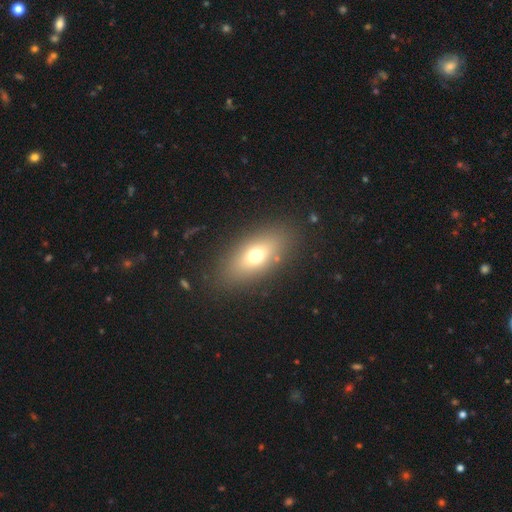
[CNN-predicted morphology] Smooth or featured?
  - smooth: 67% *
  - featured or disk: 21%
  - star or artifact: 13%
How rounded?
  - in between: 81% *
  - round: 10%
  - cigar-shaped: 9%
Merging?
  - none: 85% *
  - minor disturbance: 9%
  - major disturbance: 5%
  - merger: 2%